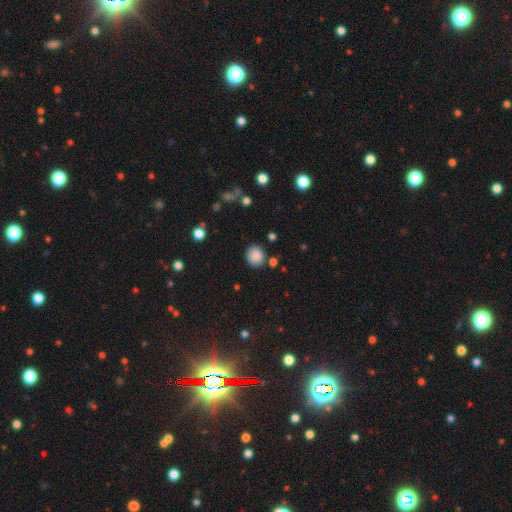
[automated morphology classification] This appears to be a smooth galaxy with no disk features (86%) that is round (83%). Merging: none (83%).